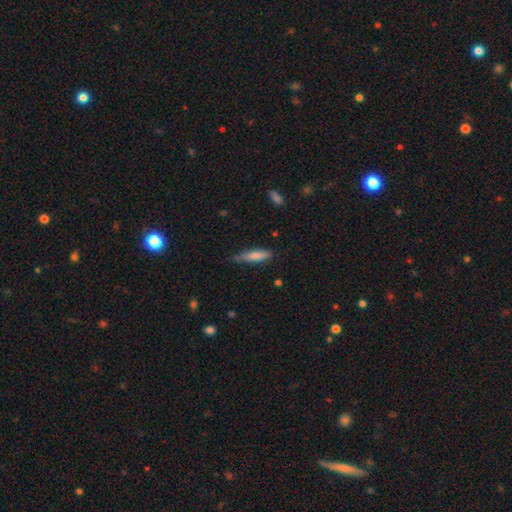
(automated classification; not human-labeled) smooth_or_featured: smooth (p=0.77) [alt: featured or disk p=0.17]
how_rounded: cigar-shaped (p=0.73) [alt: in between p=0.26]
merging: none (p=0.54) [alt: minor disturbance p=0.36]